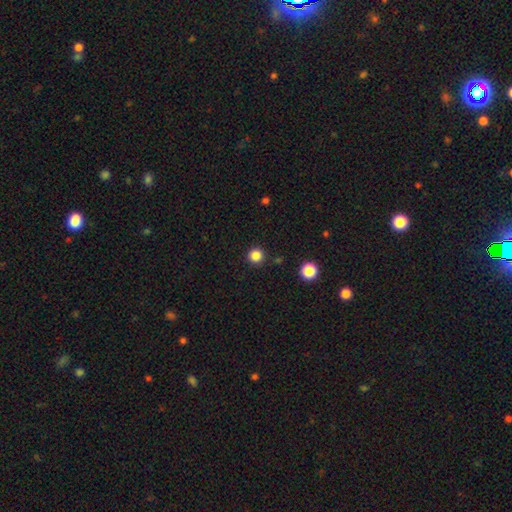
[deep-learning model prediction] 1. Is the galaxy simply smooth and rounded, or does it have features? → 84% smooth, 12% star or artifact, 3% featured or disk.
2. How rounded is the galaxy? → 96% round, 3% in between, 1% cigar-shaped.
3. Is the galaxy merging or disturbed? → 91% none, 5% minor disturbance, 2% merger, 2% major disturbance.